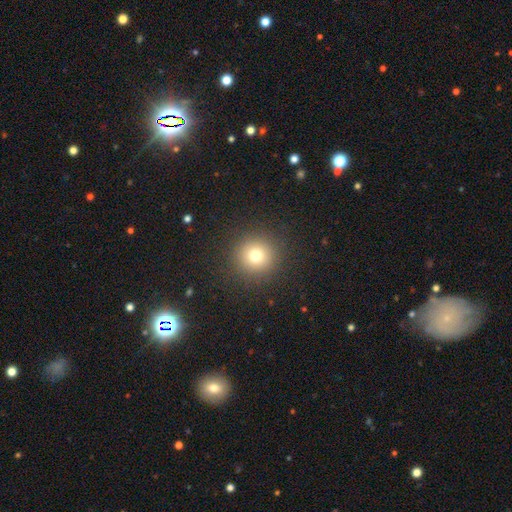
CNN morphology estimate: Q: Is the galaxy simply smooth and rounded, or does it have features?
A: smooth — 75%.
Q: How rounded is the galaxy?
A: round — 95%.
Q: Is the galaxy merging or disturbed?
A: none — 91%.